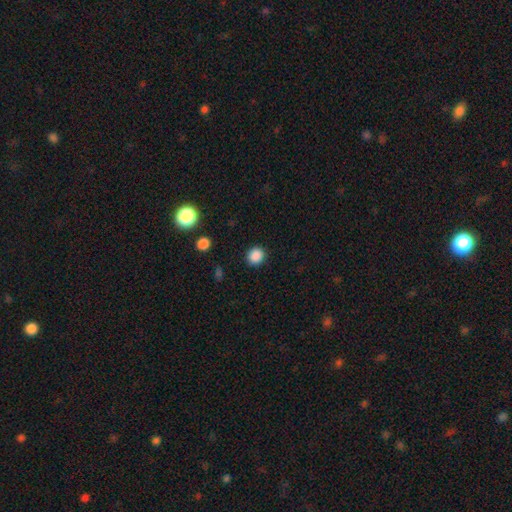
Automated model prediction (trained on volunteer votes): Q: Smooth or featured?
A: smooth (87%); runner-up: star or artifact (11%)
Q: How rounded?
A: round (82%); runner-up: in between (17%)
Q: Merging?
A: none (90%); runner-up: minor disturbance (7%)